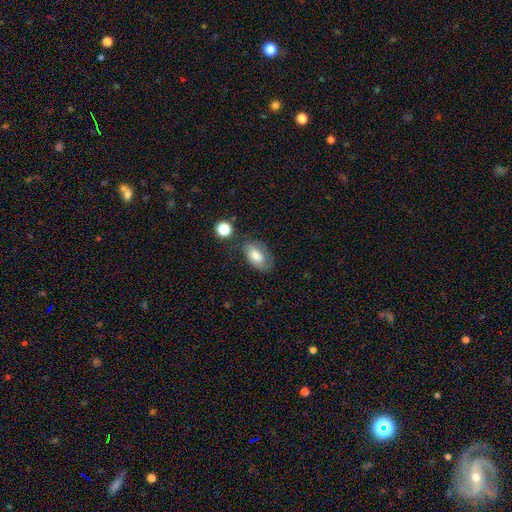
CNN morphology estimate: Smooth or featured: smooth — 75% (featured or disk — 17%)
How rounded: in between — 92% (round — 6%)
Merging: none — 64% (minor disturbance — 23%)